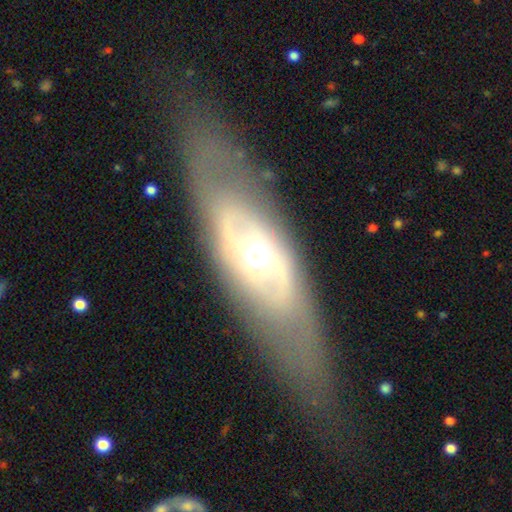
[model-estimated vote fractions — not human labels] This is likely a featured or disk galaxy (69%). It is likely not viewed edge-on (76%). Bar: likely no (67%). Spiral arm pattern: likely no (68%). Central bulge: likely moderate (64%). Merging: likely none (74%).